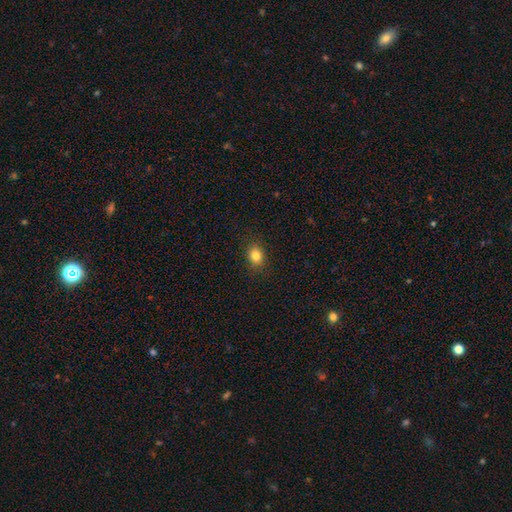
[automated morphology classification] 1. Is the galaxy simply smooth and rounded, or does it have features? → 83% smooth, 11% star or artifact, 6% featured or disk.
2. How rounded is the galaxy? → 52% round, 47% in between, 1% cigar-shaped.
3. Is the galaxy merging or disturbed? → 88% none, 8% minor disturbance, 2% major disturbance, 1% merger.